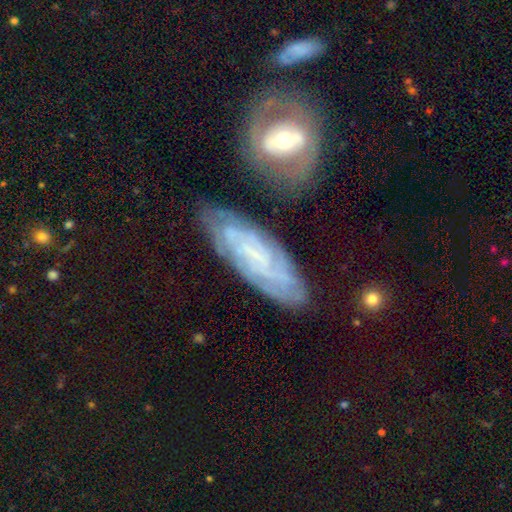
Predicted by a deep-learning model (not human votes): Smooth or featured? Predicted: featured or disk (p=0.73). Edge-on disk? Predicted: no (p=0.84). Bar? Predicted: no (p=0.53). Spiral arms? Predicted: yes (p=0.88). Spiral winding? Predicted: tight (p=0.65). Spiral arm count? Predicted: can't tell (p=0.51). Bulge size? Predicted: small (p=0.54). Merging? Predicted: none (p=0.71).